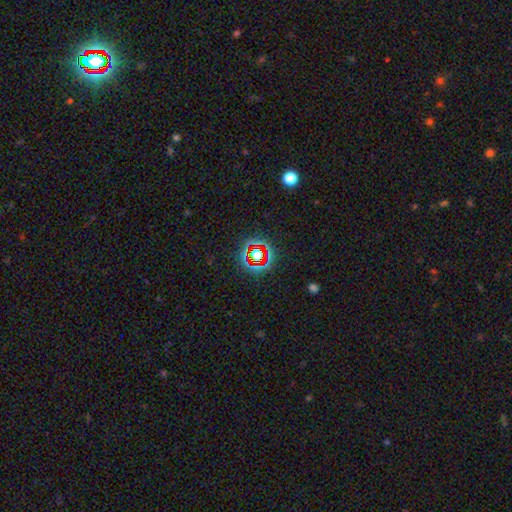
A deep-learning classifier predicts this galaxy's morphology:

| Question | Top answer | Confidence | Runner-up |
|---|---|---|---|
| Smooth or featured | star or artifact | 71% | smooth (18%) |